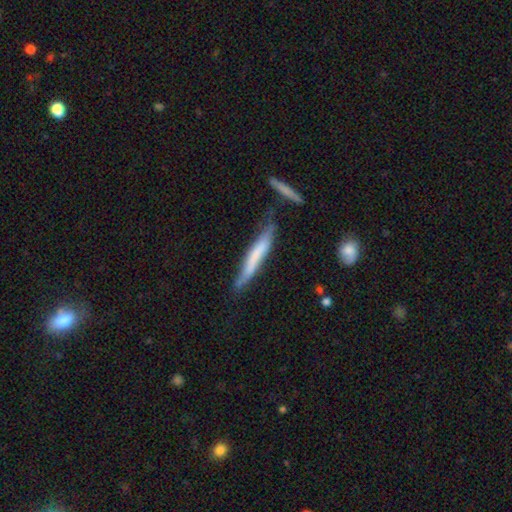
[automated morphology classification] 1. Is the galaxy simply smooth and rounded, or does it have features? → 57% smooth, 37% featured or disk, 6% star or artifact.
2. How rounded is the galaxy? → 94% cigar-shaped, 5% in between, 1% round.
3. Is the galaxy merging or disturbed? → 54% none, 29% minor disturbance, 8% merger, 8% major disturbance.